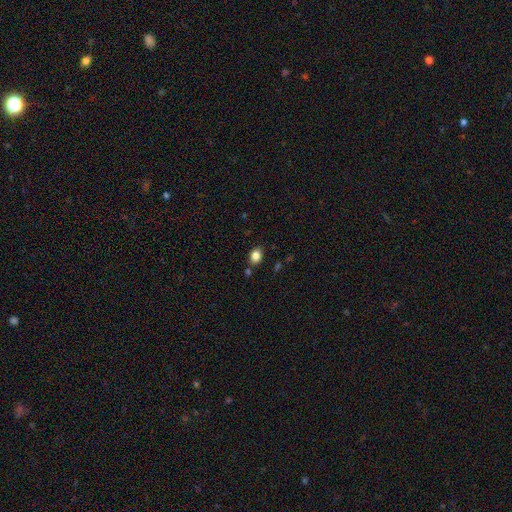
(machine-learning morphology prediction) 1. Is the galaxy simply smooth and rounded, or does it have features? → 84% smooth, 11% star or artifact, 5% featured or disk.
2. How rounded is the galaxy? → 54% in between, 45% round, 1% cigar-shaped.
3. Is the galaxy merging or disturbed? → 82% none, 10% minor disturbance, 5% merger, 3% major disturbance.